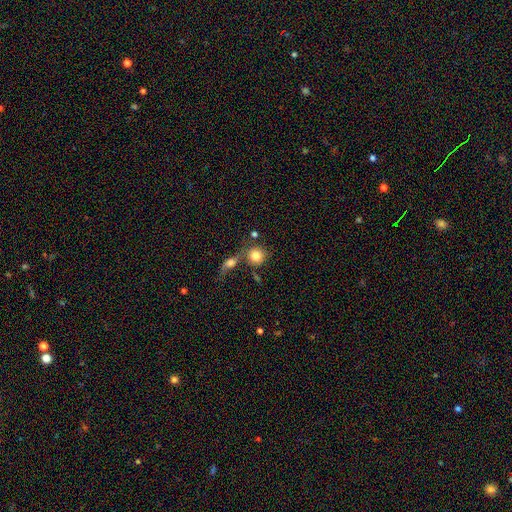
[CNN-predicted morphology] The model was most divided on "merging": none: 54%, merger: 30%, minor disturbance: 10%, major disturbance: 6%. More confident: how rounded — round (89%); smooth or featured — smooth (80%).